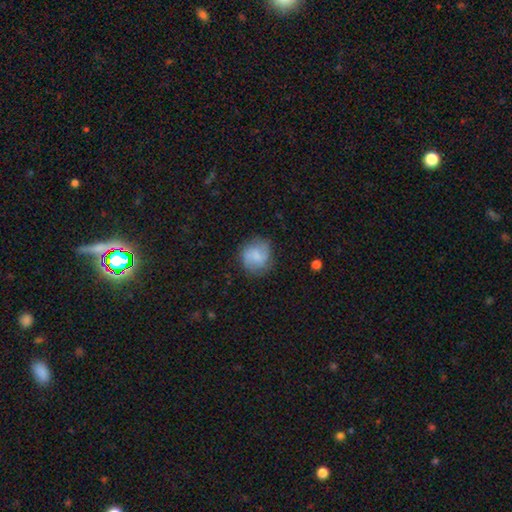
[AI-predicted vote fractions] Smooth or featured: smooth — 63% (featured or disk — 30%)
How rounded: round — 82% (in between — 17%)
Merging: none — 72% (minor disturbance — 19%)